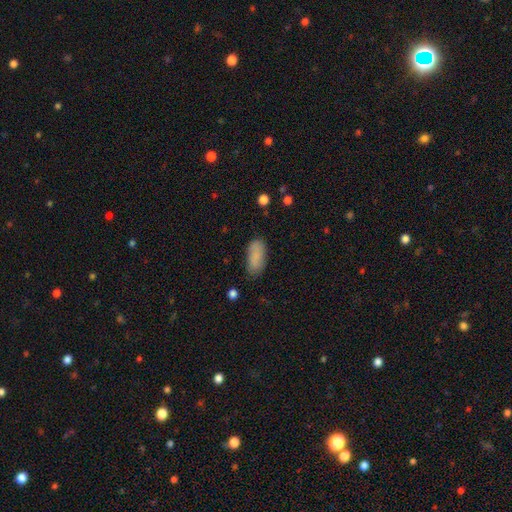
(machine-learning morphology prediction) smooth 85%, featured or disk 8%, star or artifact 7%. Down the decision tree: how rounded — in between (88%); merging — none (73%).